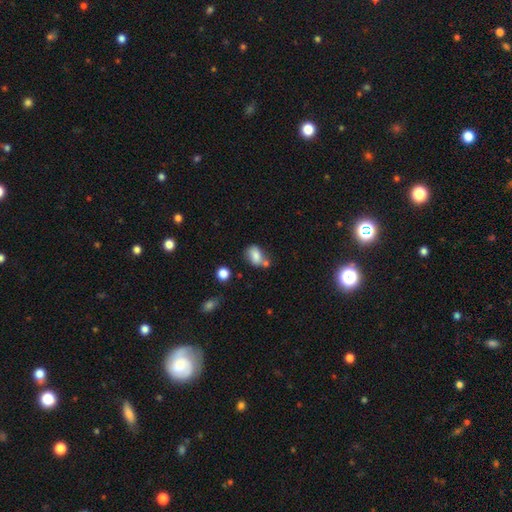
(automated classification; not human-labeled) Smooth or featured? Predicted: smooth (p=0.78). How rounded? Predicted: in between (p=0.76). Merging? Predicted: none (p=0.49).